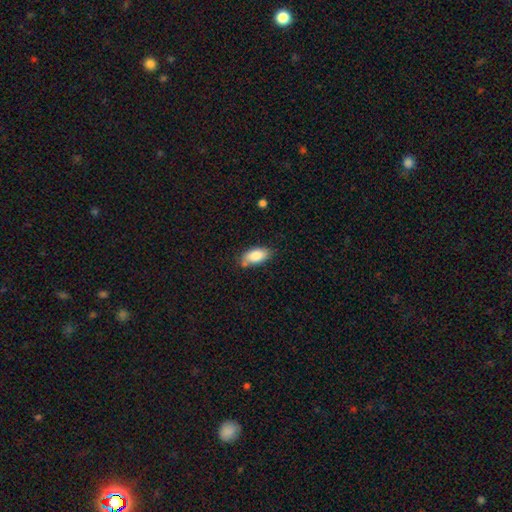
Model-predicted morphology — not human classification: smooth_or_featured: smooth (p=0.83) [alt: featured or disk p=0.10]
how_rounded: in between (p=0.92) [alt: cigar-shaped p=0.05]
merging: none (p=0.68) [alt: minor disturbance p=0.23]